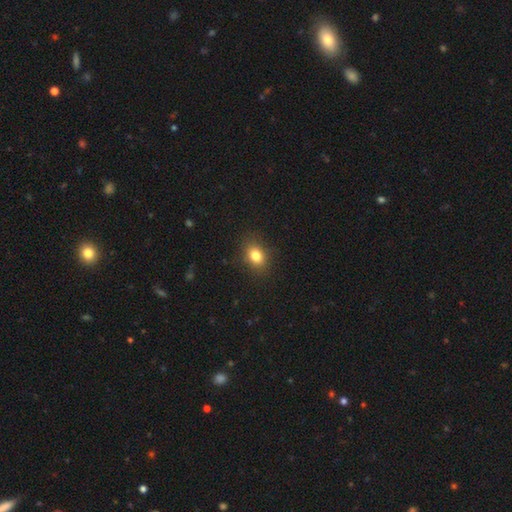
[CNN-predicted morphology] Smooth or featured? smooth (82%)
How rounded? in between (62%)
Merging? none (87%)